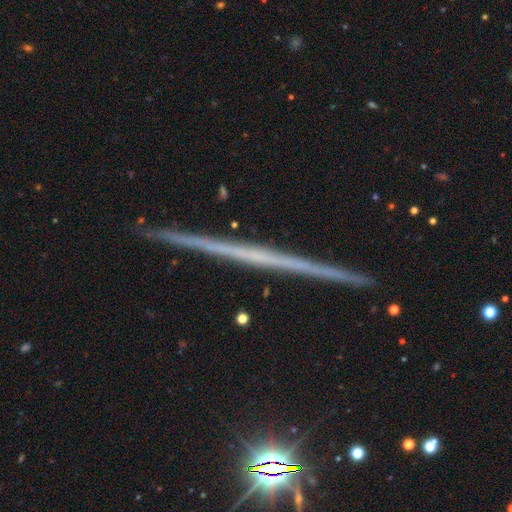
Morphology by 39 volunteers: smooth-or-featured: featured or disk: 77% | smooth: 15% | star or artifact: 8%
  disk-edge-on: yes: 100% | no: 0%
    edge-on-bulge: none: 80% | rounded: 20% | boxy: 0%
  merging: none: 97% | minor disturbance: 3% | major disturbance: 0% | merger: 0%